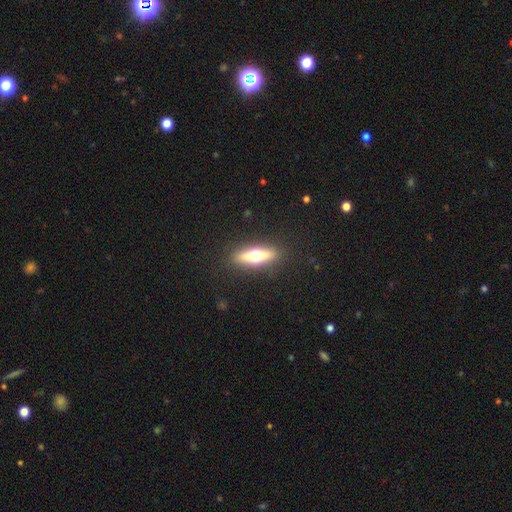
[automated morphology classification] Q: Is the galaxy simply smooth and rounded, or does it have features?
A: featured or disk — 49%.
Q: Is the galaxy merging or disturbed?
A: none — 89%.